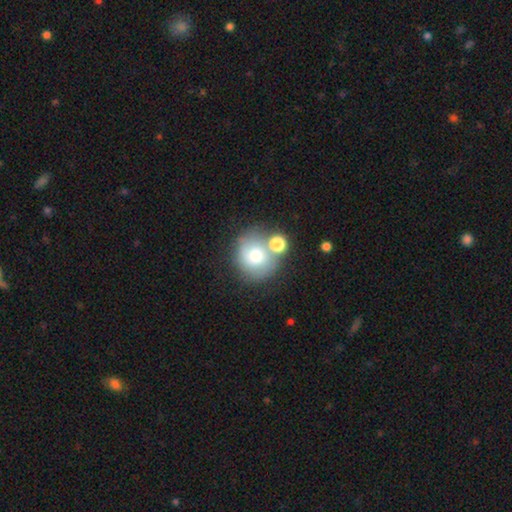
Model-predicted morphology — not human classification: This is likely a smooth galaxy (65%). How rounded: clearly round (85%). Merging: possibly none (51%).